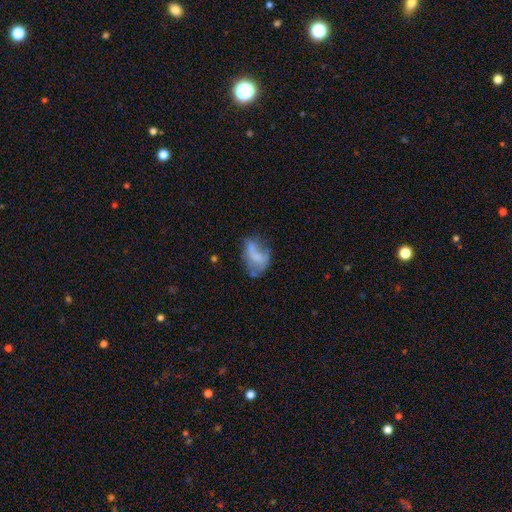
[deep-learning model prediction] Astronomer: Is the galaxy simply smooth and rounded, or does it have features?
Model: featured or disk — 46% (runner-up: smooth, 43%).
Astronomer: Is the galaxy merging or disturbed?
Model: major disturbance — 34% (runner-up: none, 30%).